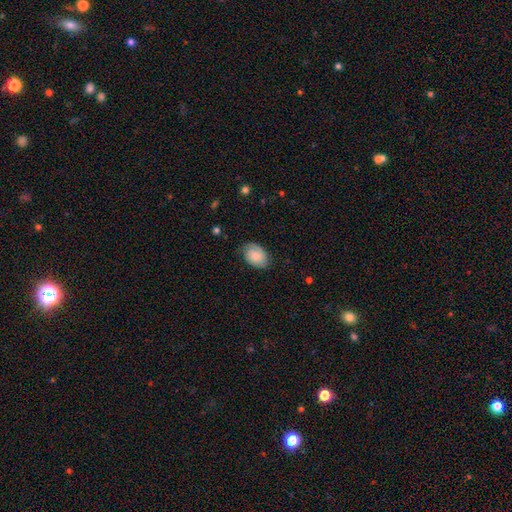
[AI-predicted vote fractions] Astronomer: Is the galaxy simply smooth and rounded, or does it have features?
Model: smooth — 62%.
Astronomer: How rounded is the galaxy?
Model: in between — 81%.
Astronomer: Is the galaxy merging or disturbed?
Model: none — 70%.